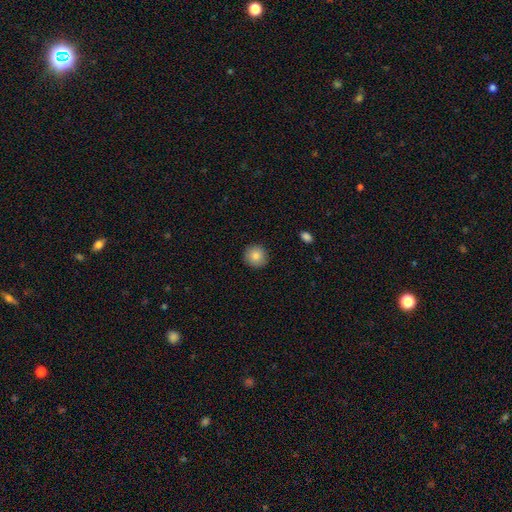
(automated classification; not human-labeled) Overall: smooth (85%). How rounded: round (93%). Merging: none (91%).